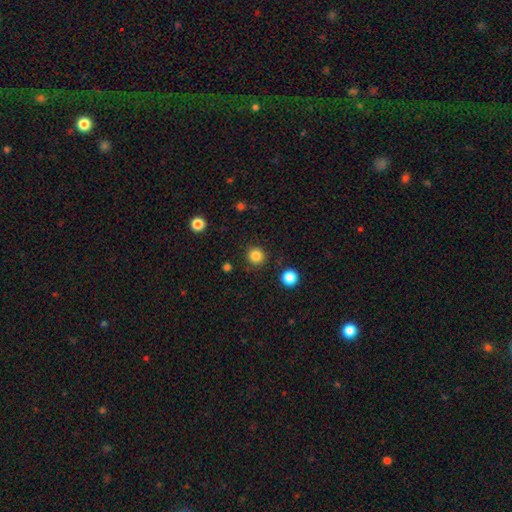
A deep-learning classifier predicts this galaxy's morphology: This appears to be a smooth galaxy with no disk features (84%) that is round (94%). Merging: none (90%).